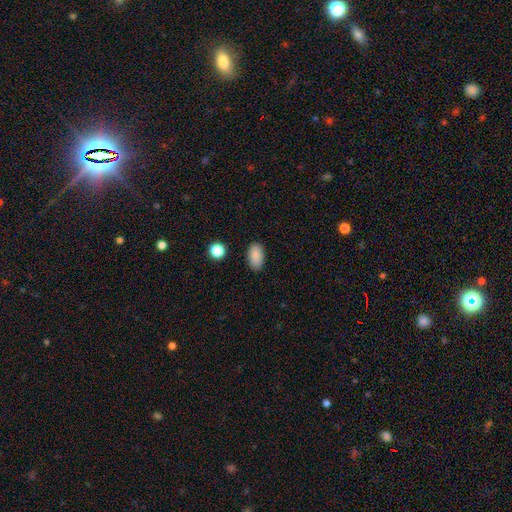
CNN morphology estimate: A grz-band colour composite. It shows a smooth galaxy with no disk features (87%) that is in between round and cigar-shaped (93%). Merging: none (87%).